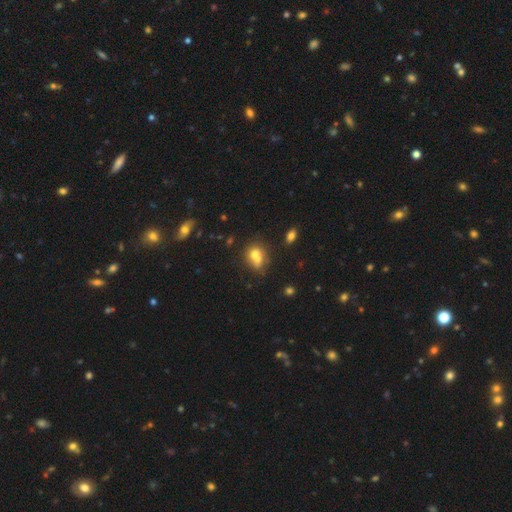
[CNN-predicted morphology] Smooth or featured? Predicted: smooth (p=0.67). How rounded? Predicted: round (p=0.52). Merging? Predicted: merger (p=0.55).